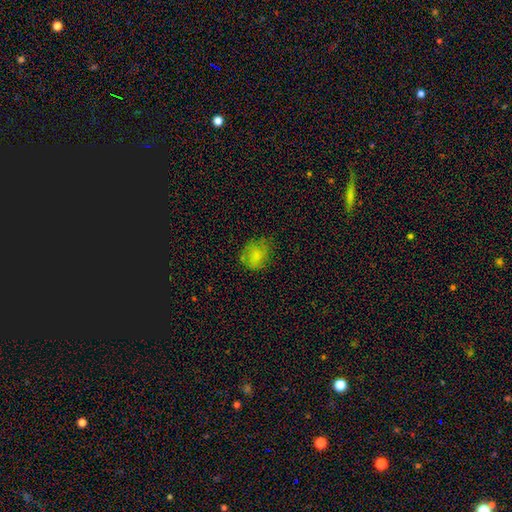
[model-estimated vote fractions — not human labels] A smooth galaxy with no disk features (74%) that is round (57%).

Vote fractions:
- Smooth or featured? smooth: 74% / featured or disk: 14% / star or artifact: 11%
- How rounded? round: 57% / in between: 42% / cigar-shaped: 1%
- Merging? none: 60% / minor disturbance: 27% / major disturbance: 12% / merger: 2%